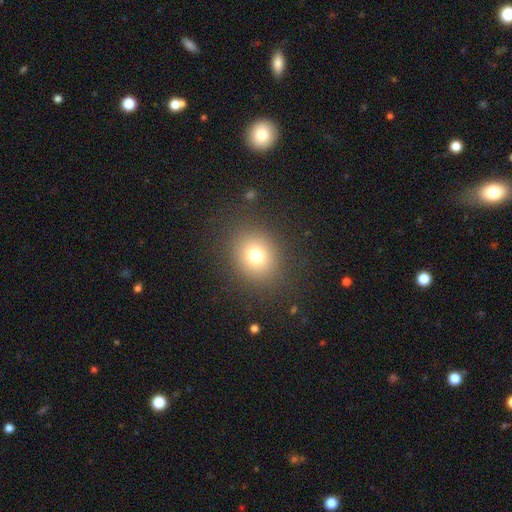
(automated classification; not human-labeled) Overall: smooth (74%). How rounded: round (75%). Merging: none (86%).